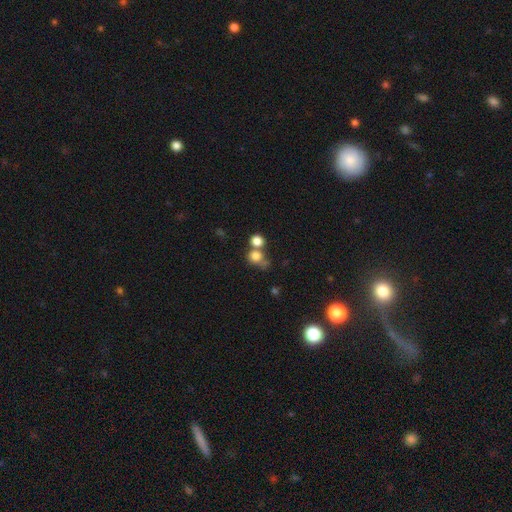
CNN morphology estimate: A smooth galaxy with no disk features (78%) that is round (81%). Merging: none (42%).